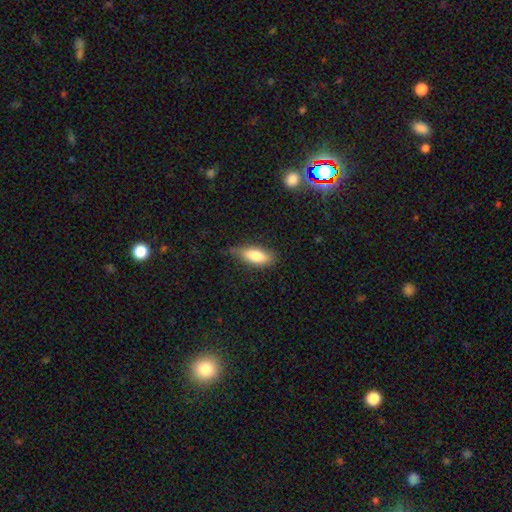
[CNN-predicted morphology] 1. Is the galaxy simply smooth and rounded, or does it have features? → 79% smooth, 14% featured or disk, 7% star or artifact.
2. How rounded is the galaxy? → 77% in between, 20% cigar-shaped, 3% round.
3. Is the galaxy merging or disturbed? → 66% none, 27% minor disturbance, 6% major disturbance, 2% merger.